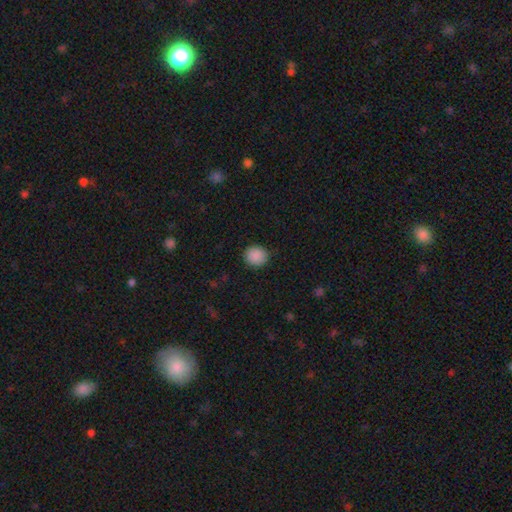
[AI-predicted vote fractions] Overall: smooth (89%). How rounded: round (89%). Merging: none (90%).